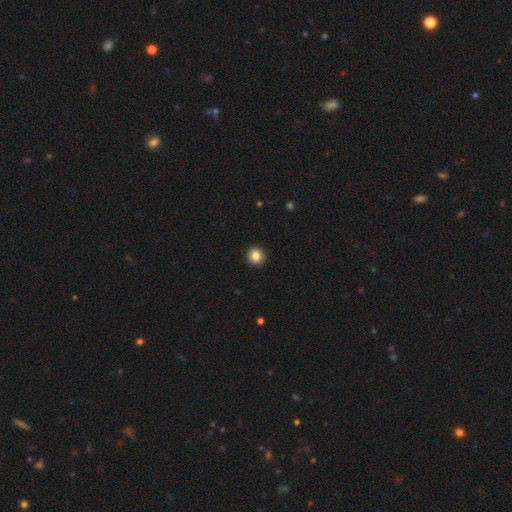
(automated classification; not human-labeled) Smooth or featured: smooth — 86% (star or artifact — 10%)
How rounded: round — 92% (in between — 7%)
Merging: none — 93% (minor disturbance — 4%)